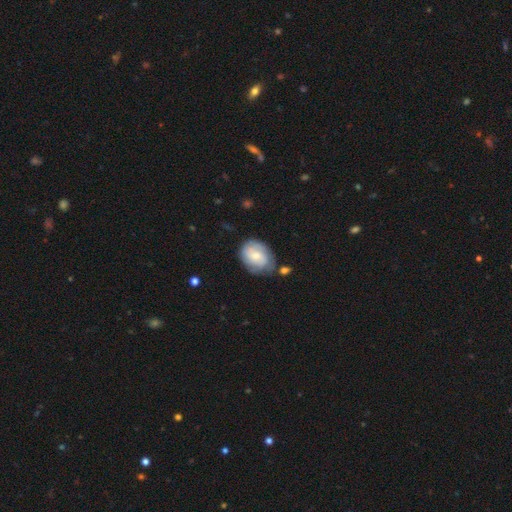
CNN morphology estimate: Smooth or featured: smooth — 50% (featured or disk — 44%)
Merging: none — 65% (minor disturbance — 23%)